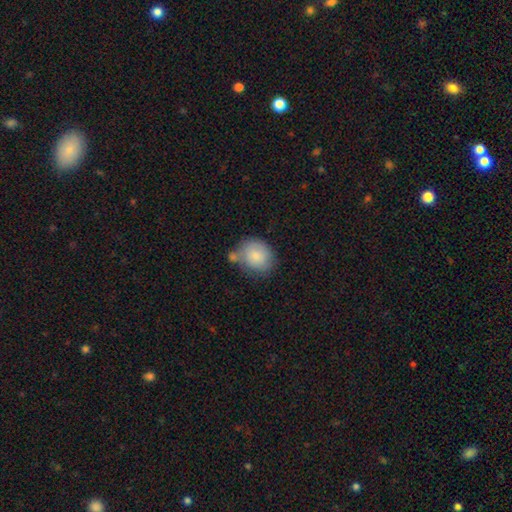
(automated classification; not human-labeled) Smooth or featured?
  - smooth: 82% *
  - featured or disk: 11%
  - star or artifact: 7%
How rounded?
  - round: 59% *
  - in between: 40%
  - cigar-shaped: 1%
Merging?
  - none: 52% *
  - minor disturbance: 22%
  - merger: 18%
  - major disturbance: 7%